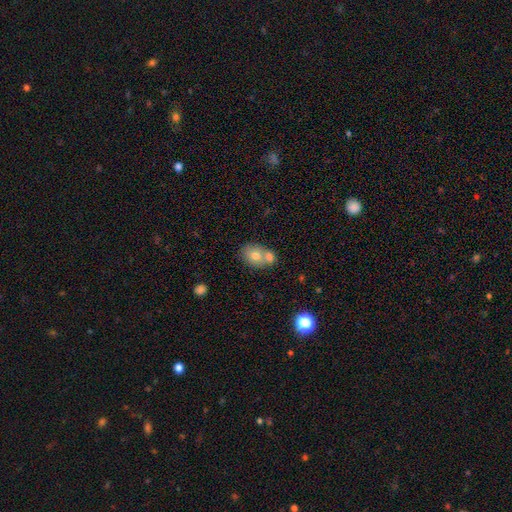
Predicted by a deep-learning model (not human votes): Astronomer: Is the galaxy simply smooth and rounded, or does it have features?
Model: smooth — 70%.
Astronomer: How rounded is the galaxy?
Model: in between — 61% (runner-up: round, 38%).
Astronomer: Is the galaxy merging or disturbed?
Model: merger — 52% (runner-up: none, 35%).